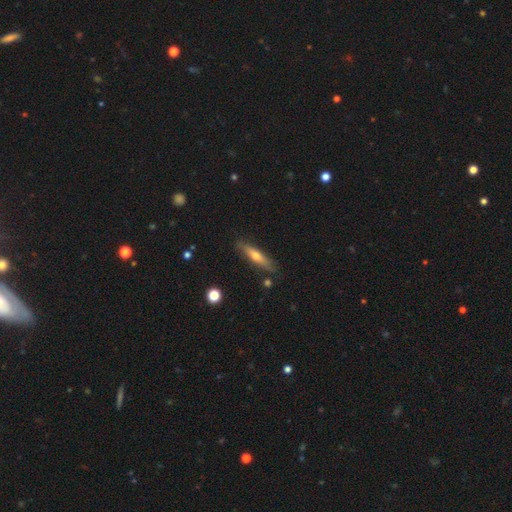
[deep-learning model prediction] Smooth or featured? featured or disk (49%)
Merging? none (85%)